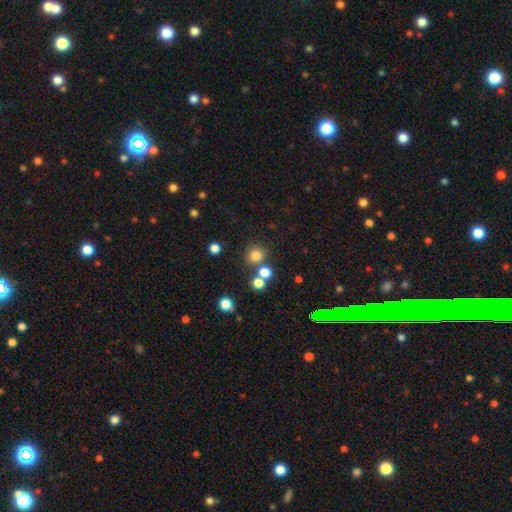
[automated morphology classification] Smooth or featured: smooth — 77% (star or artifact — 17%)
How rounded: round — 90% (in between — 9%)
Merging: none — 76% (merger — 13%)